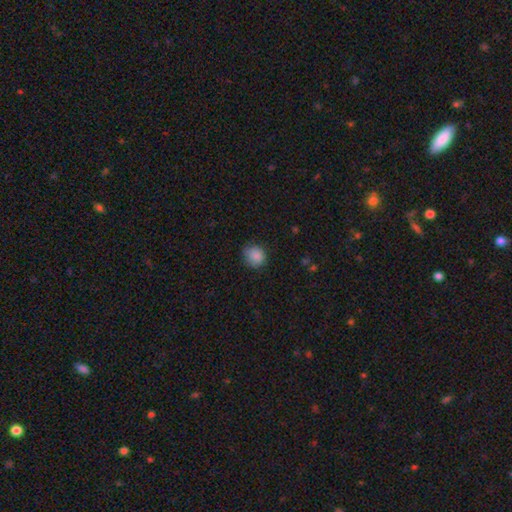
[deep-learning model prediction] smooth-or-featured: smooth: 86% | star or artifact: 9% | featured or disk: 5%
  how-rounded: round: 83% | in between: 16% | cigar-shaped: 1%
  merging: none: 76% | minor disturbance: 19% | major disturbance: 4% | merger: 1%